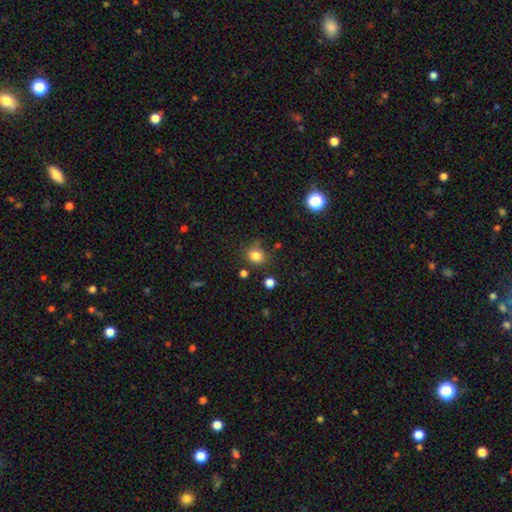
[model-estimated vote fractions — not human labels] Morphology: type=smooth (81%); roundness=round (73%); merging=none (76%).